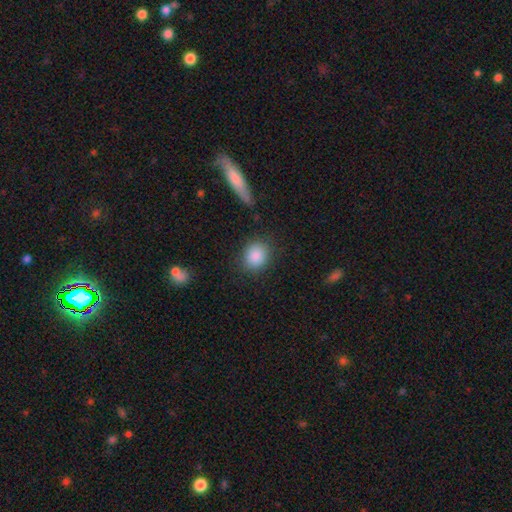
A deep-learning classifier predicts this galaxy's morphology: smooth 87%, star or artifact 8%, featured or disk 5%. Down the decision tree: how rounded — round (67%); merging — none (83%).